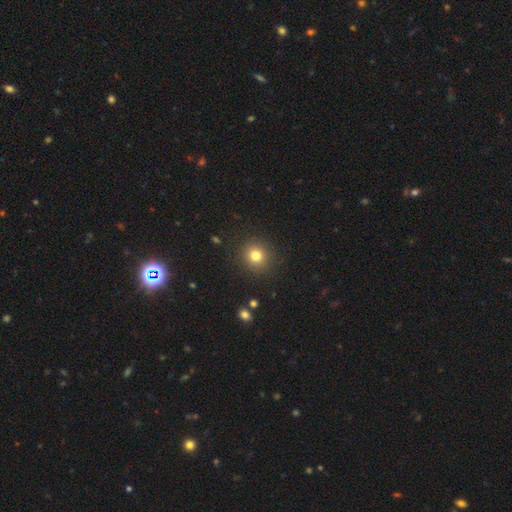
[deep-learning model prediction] Q: Smooth or featured?
A: smooth (80%); runner-up: star or artifact (13%)
Q: How rounded?
A: round (89%); runner-up: in between (10%)
Q: Merging?
A: none (90%); runner-up: minor disturbance (6%)